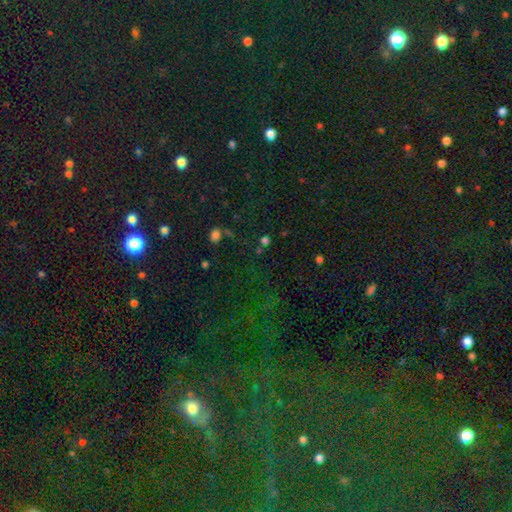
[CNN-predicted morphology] This appears to be a star or artifact, not a galaxy (79%).